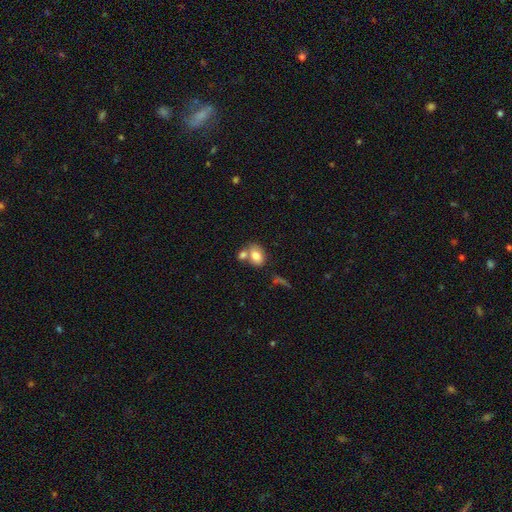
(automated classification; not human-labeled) smooth_or_featured: smooth (p=0.79) [alt: featured or disk p=0.13]
how_rounded: in between (p=0.74) [alt: round p=0.24]
merging: none (p=0.47) [alt: merger p=0.37]